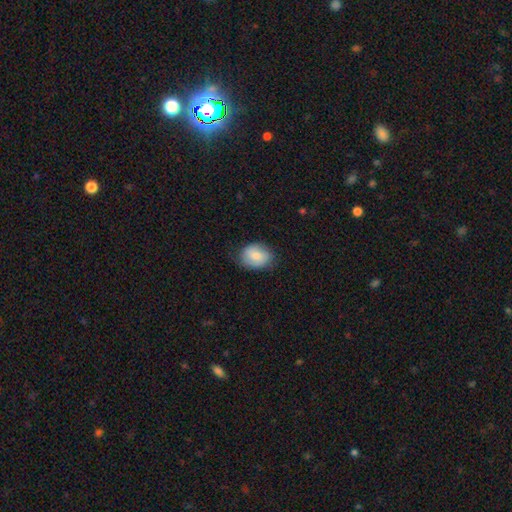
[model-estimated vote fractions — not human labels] A smooth galaxy with no disk features (78%) that is in between round and cigar-shaped (66%). Merging: none (71%).